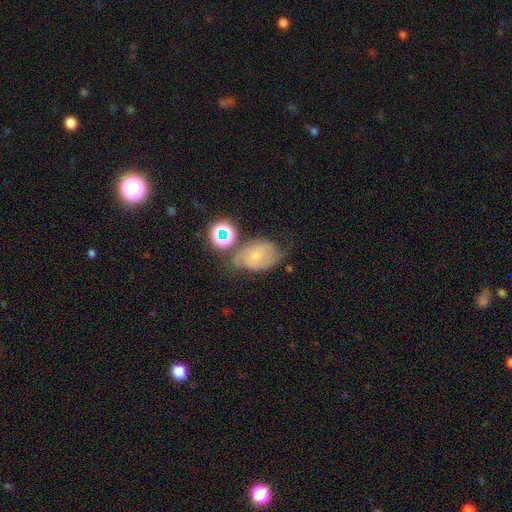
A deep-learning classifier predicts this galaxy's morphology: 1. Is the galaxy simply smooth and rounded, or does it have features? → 56% featured or disk, 27% smooth, 17% star or artifact.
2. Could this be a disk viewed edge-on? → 95% no, 5% yes.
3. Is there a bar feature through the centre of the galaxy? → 69% no, 25% weak, 6% strong.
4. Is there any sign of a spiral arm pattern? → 82% yes, 18% no.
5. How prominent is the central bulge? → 56% small, 39% moderate, 2% none, 2% large, 1% dominant.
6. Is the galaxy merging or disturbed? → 46% none, 29% minor disturbance, 15% major disturbance, 11% merger.